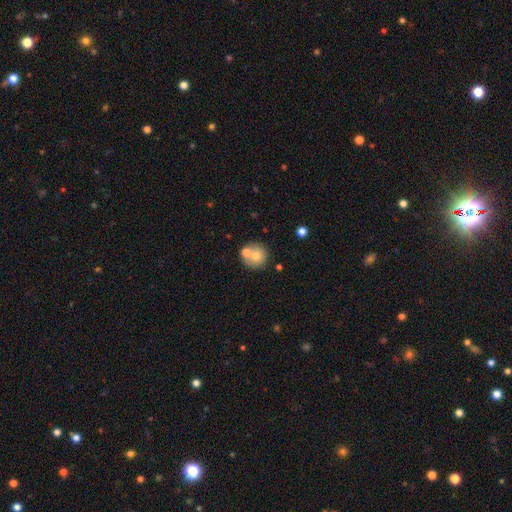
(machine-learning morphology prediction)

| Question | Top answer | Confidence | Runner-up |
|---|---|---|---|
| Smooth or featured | smooth | 73% | featured or disk (17%) |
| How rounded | round | 92% | in between (7%) |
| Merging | none | 63% | merger (24%) |